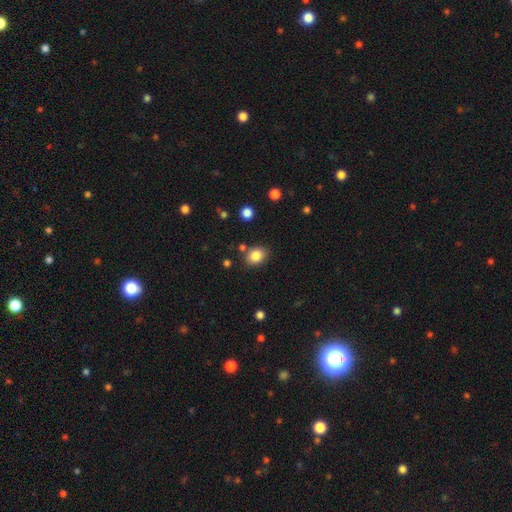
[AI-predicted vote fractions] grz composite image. It shows a smooth galaxy with no disk features (84%) that is in between round and cigar-shaped (55%). Merging: none (80%).